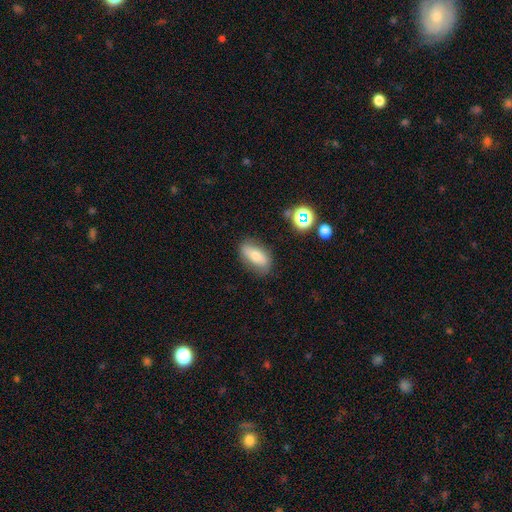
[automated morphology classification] smooth-or-featured: smooth: 61% | featured or disk: 29% | star or artifact: 10%
  how-rounded: in between: 84% | cigar-shaped: 10% | round: 6%
  merging: none: 78% | minor disturbance: 16% | major disturbance: 4% | merger: 2%